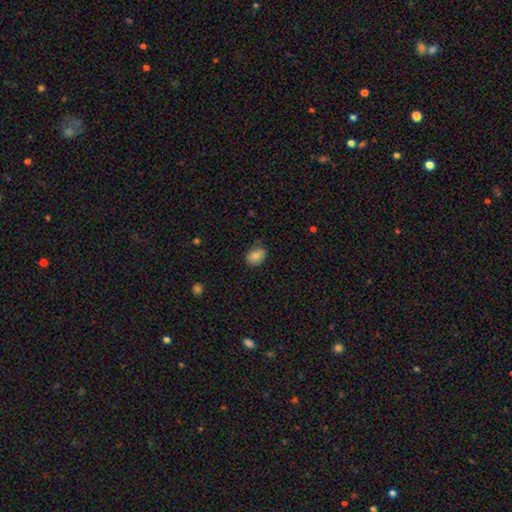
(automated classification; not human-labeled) Smooth or featured?
  - smooth: 78% *
  - featured or disk: 14%
  - star or artifact: 9%
How rounded?
  - in between: 64% *
  - round: 35%
  - cigar-shaped: 1%
Merging?
  - none: 74% *
  - minor disturbance: 21%
  - major disturbance: 4%
  - merger: 1%